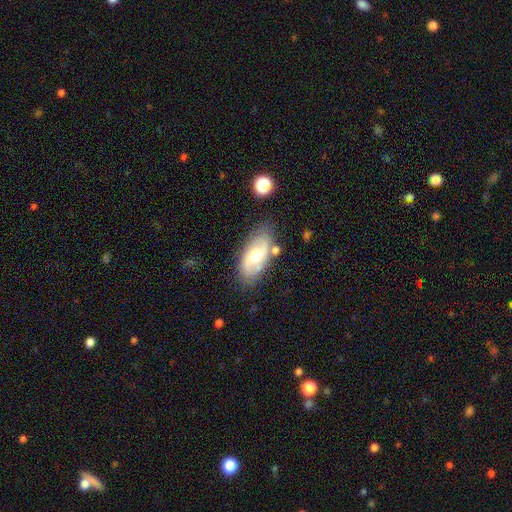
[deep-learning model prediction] Morphology: type=featured or disk (54%); edge-on=no (87%); merging=none (70%).